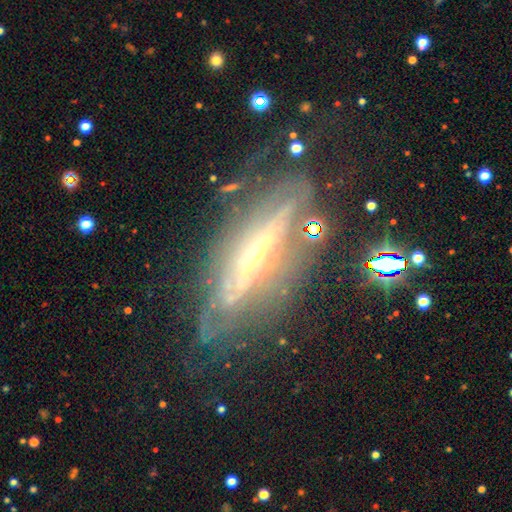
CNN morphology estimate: Smooth or featured: featured or disk — 82% (smooth — 10%)
Edge-on disk: yes — 64% (no — 36%)
Edge-on bulge: rounded — 72% (none — 20%)
Merging: none — 60% (minor disturbance — 21%)